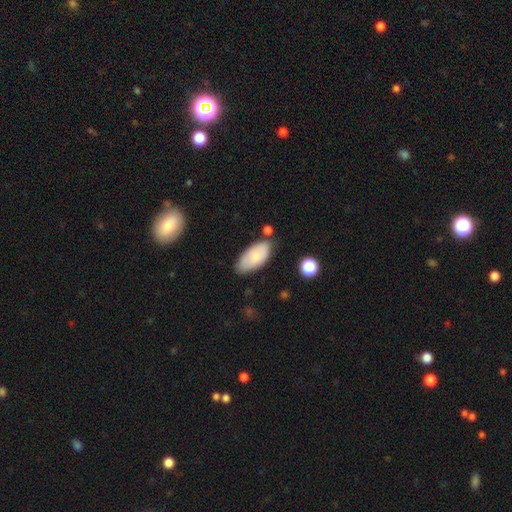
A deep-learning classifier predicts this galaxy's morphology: Smooth or featured?
  - smooth: 73% *
  - featured or disk: 20%
  - star or artifact: 7%
How rounded?
  - in between: 93% *
  - cigar-shaped: 5%
  - round: 2%
Merging?
  - none: 69% *
  - minor disturbance: 22%
  - merger: 5%
  - major disturbance: 4%